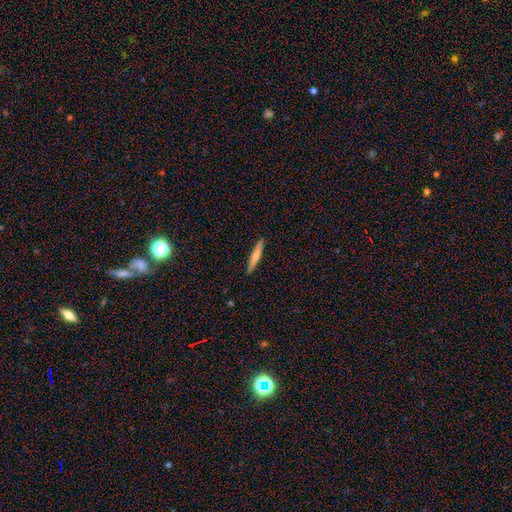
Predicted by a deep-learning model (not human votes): smooth 64%, featured or disk 31%, star or artifact 5%. Down the decision tree: how rounded — cigar-shaped (94%); merging — none (91%).